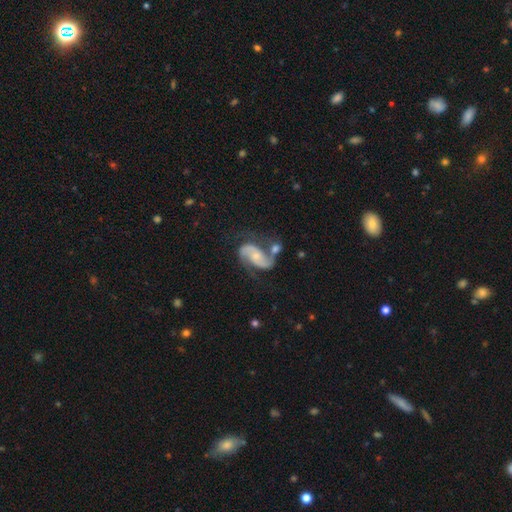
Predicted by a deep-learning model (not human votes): The model was most divided on "spiral winding": medium: 49%, loose: 34%, tight: 18%. Remaining: edge-on disk — no (97%); spiral arms — yes (96%); spiral arm count — 2 (90%); smooth or featured — featured or disk (85%); bulge size — small (60%); bar — no (57%); merging — none (46%).